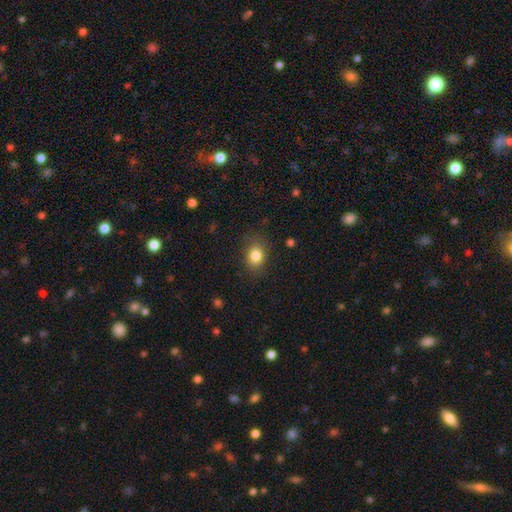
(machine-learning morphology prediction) Smooth or featured? smooth (84%)
How rounded? in between (54%)
Merging? none (81%)